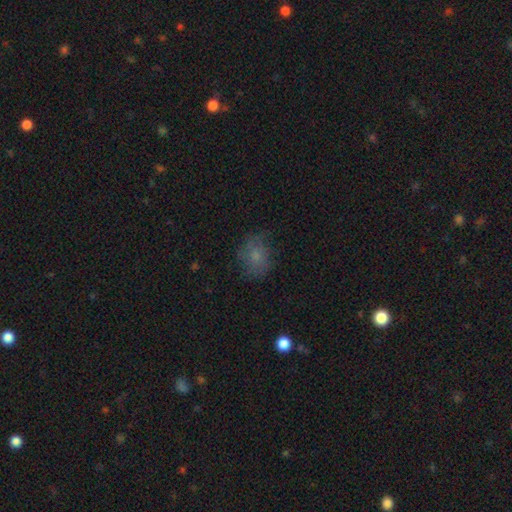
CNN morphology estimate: smooth-or-featured: smooth: 70% | featured or disk: 18% | star or artifact: 13%
  how-rounded: round: 64% | in between: 35% | cigar-shaped: 1%
  merging: none: 68% | minor disturbance: 21% | major disturbance: 10% | merger: 1%